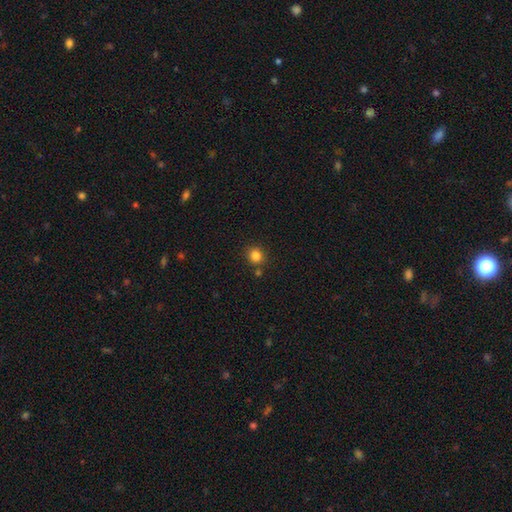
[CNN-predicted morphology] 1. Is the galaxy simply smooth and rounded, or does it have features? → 83% smooth, 12% star or artifact, 4% featured or disk.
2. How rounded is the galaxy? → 89% round, 10% in between, 1% cigar-shaped.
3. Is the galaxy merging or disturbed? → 82% none, 8% minor disturbance, 7% merger, 2% major disturbance.